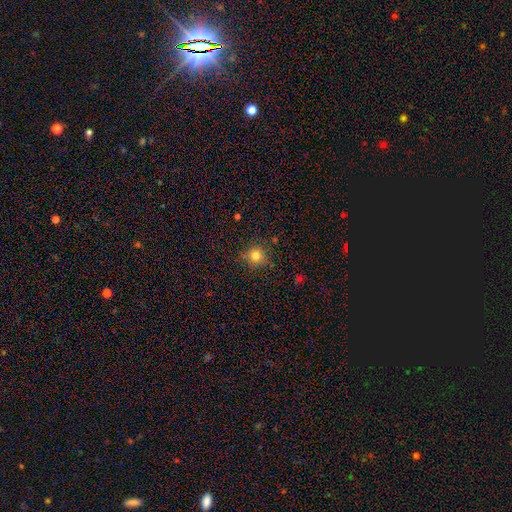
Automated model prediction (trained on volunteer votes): Smooth or featured: smooth — 77% (star or artifact — 16%)
How rounded: round — 91% (in between — 8%)
Merging: none — 85% (minor disturbance — 11%)